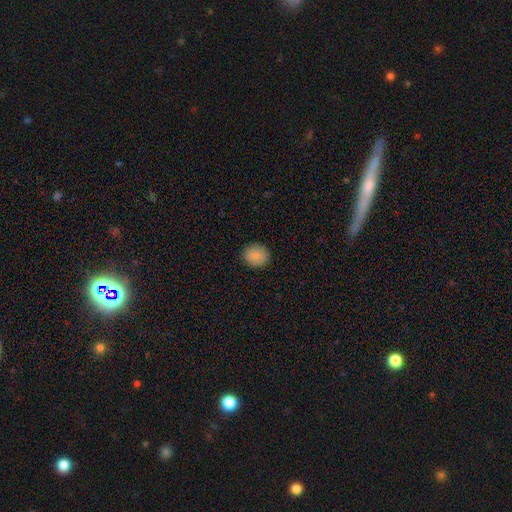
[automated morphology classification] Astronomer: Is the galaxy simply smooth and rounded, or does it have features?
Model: smooth — 85%.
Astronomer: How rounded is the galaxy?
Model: round — 71%.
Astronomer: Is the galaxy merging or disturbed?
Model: none — 89%.